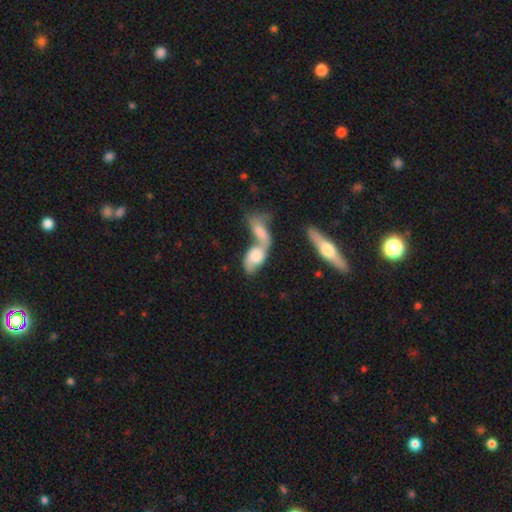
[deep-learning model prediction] This appears to be a featured or disk galaxy (48%). Merging: merger (76%).